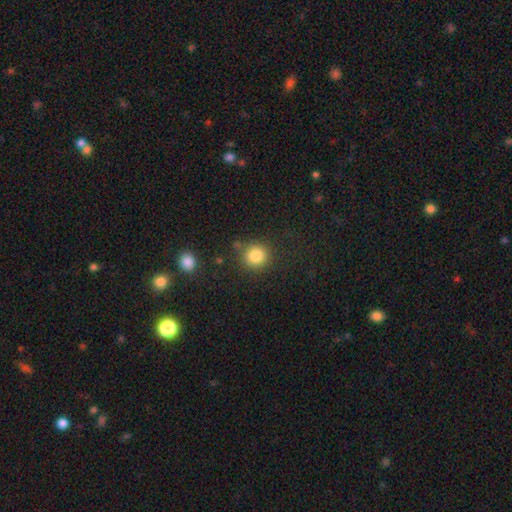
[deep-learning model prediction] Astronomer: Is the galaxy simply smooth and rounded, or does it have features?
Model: smooth — 85%.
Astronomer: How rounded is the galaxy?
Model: round — 89%.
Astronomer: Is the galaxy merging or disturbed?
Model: none — 81%.